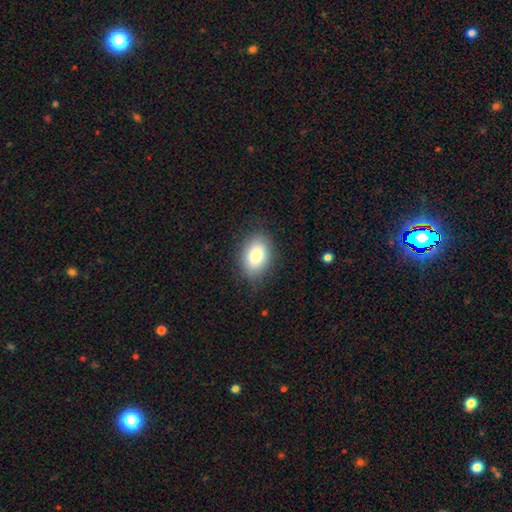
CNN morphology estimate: Smooth or featured?
  - smooth: 81% *
  - featured or disk: 11%
  - star or artifact: 8%
How rounded?
  - in between: 84% *
  - round: 15%
  - cigar-shaped: 1%
Merging?
  - none: 83% *
  - minor disturbance: 12%
  - major disturbance: 3%
  - merger: 1%